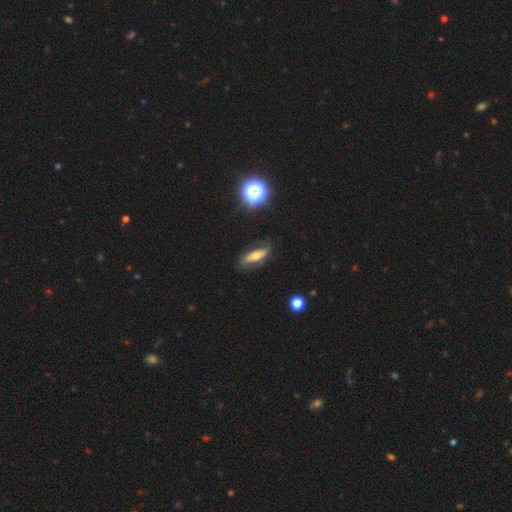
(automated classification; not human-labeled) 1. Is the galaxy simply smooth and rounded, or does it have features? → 46% smooth, 44% featured or disk, 11% star or artifact.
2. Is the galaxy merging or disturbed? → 66% none, 23% minor disturbance, 9% major disturbance, 2% merger.